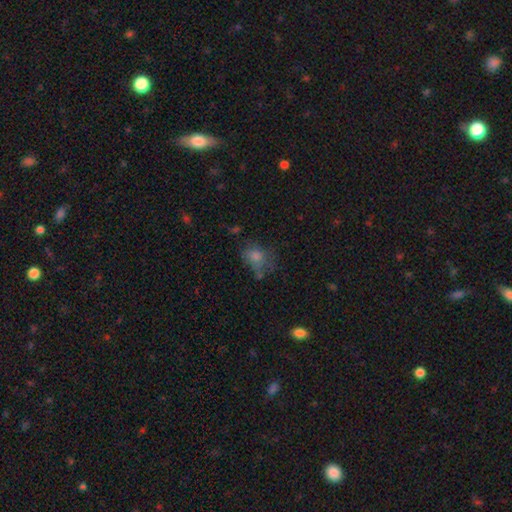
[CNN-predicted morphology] A smooth galaxy with no disk features (64%) that is in between round and cigar-shaped (51%). Merging: none (47%).